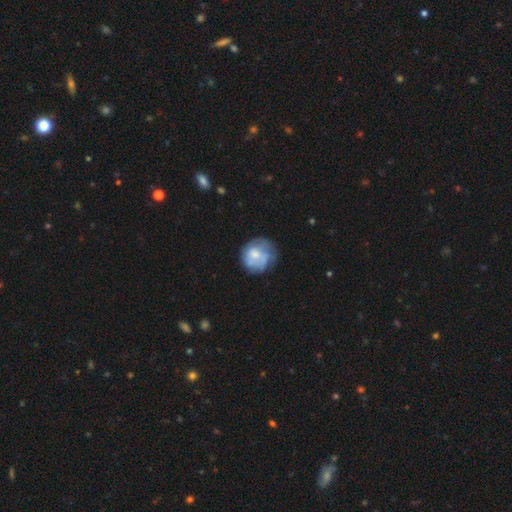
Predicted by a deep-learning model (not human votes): A smooth galaxy with no disk features (55%) that is round (84%).

Vote fractions:
- Smooth or featured? smooth: 55% / featured or disk: 38% / star or artifact: 7%
- How rounded? round: 84% / in between: 16% / cigar-shaped: 1%
- Merging? none: 57% / minor disturbance: 27% / major disturbance: 14% / merger: 3%